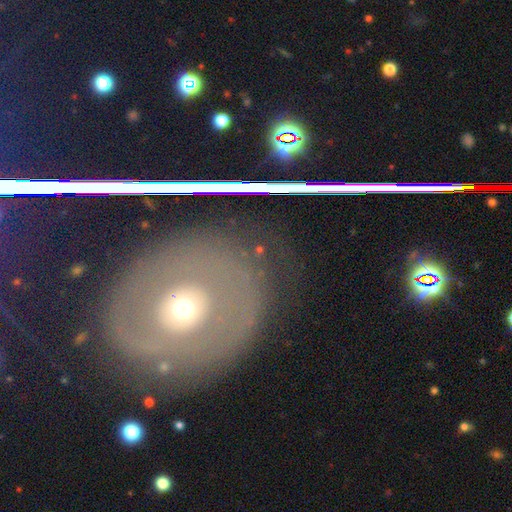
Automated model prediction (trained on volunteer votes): This is possibly a featured or disk galaxy (52%). It is clearly not viewed edge-on (93%). Merging: clearly none (80%).